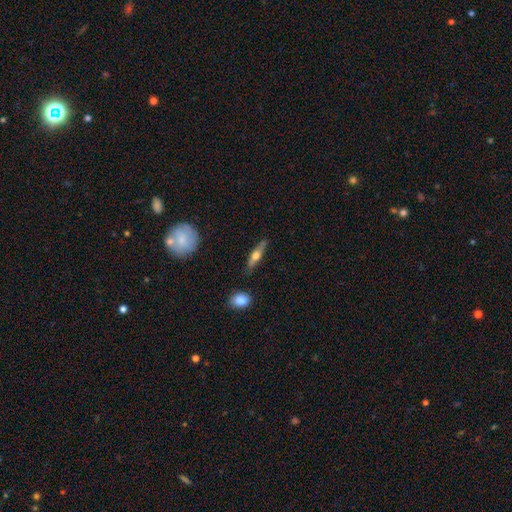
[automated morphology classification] featured or disk 53%, smooth 41%, star or artifact 6%. Down the decision tree: edge-on disk — yes (91%); merging — none (80%).